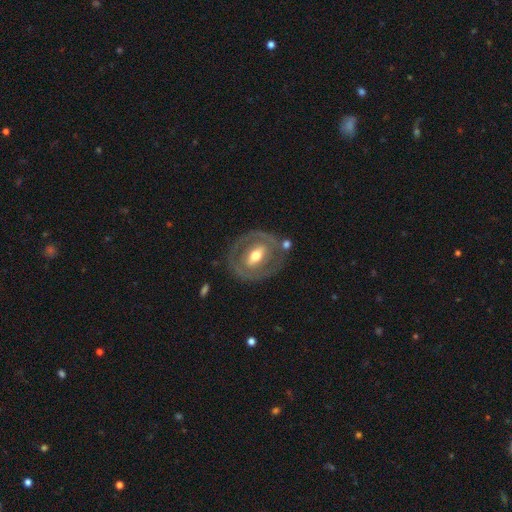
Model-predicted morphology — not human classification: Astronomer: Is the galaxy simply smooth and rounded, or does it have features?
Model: featured or disk — 67%.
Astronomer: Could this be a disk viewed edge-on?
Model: no — 92%.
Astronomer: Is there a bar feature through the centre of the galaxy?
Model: strong — 39% (runner-up: weak, 34%).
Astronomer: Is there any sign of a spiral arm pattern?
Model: no — 67%.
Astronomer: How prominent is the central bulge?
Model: moderate — 70%.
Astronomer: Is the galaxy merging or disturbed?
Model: none — 72%.